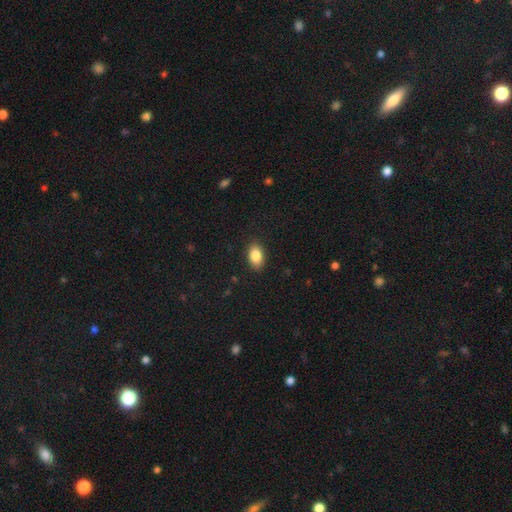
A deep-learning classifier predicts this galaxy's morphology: Smooth or featured: smooth — 86% (star or artifact — 7%)
How rounded: in between — 90% (round — 8%)
Merging: none — 88% (minor disturbance — 9%)